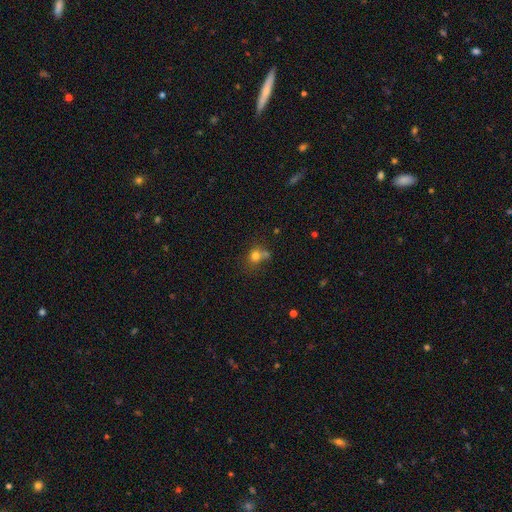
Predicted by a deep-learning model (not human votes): Smooth or featured: smooth — 75% (star or artifact — 15%)
How rounded: round — 71% (in between — 28%)
Merging: none — 48% (merger — 29%)